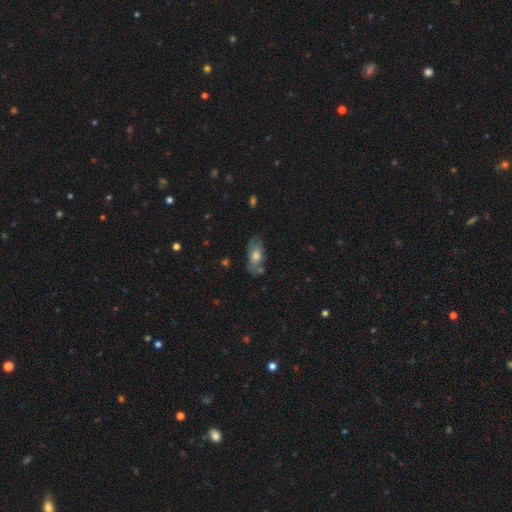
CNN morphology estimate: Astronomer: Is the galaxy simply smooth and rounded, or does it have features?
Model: smooth — 55% (runner-up: featured or disk, 37%).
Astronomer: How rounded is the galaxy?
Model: in between — 85%.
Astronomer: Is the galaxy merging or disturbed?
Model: none — 62%.